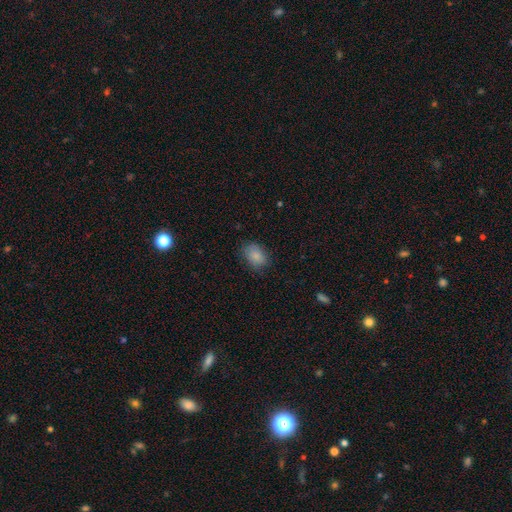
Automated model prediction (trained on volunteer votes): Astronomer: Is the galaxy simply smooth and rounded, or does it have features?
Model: smooth — 86%.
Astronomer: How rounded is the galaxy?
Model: in between — 79%.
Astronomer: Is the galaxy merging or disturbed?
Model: none — 78%.